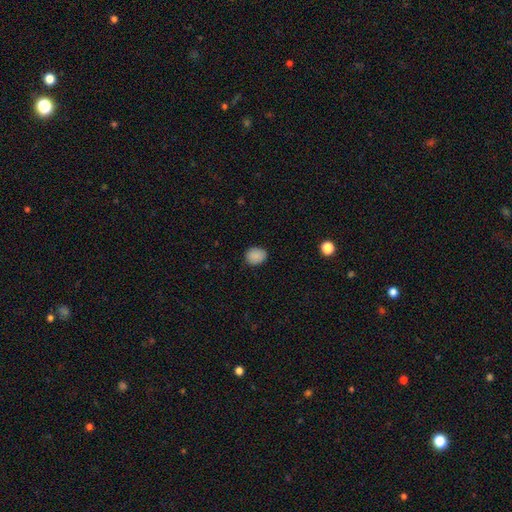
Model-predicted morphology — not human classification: A smooth galaxy with no disk features (88%) that is round (60%). Merging: none (86%).